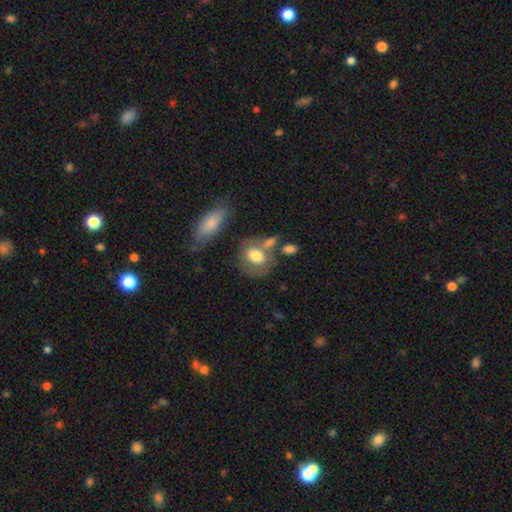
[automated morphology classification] The model was most divided on "how rounded": in between: 58%, round: 40%, cigar-shaped: 2%. Remaining: smooth or featured — smooth (67%); merging — none (49%).